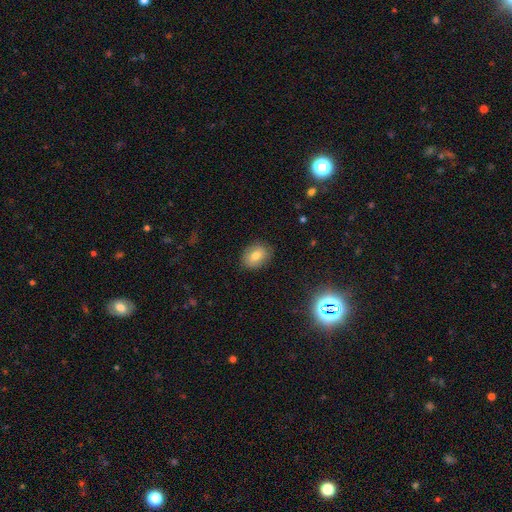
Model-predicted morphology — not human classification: type=smooth (75%); roundness=in between (62%); merging=none (85%).